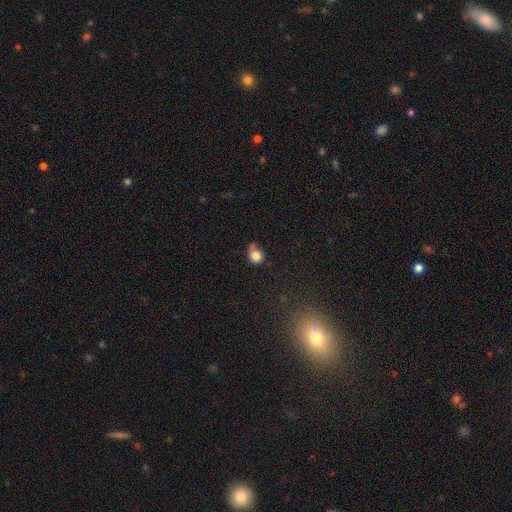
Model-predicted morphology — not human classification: Smooth or featured? smooth (81%)
How rounded? round (72%)
Merging? none (39%)